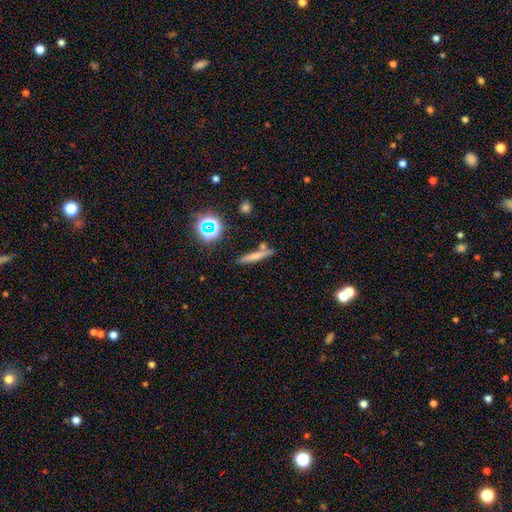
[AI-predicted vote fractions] Morphology: type=smooth (63%); roundness=cigar-shaped (88%); merging=none (75%).